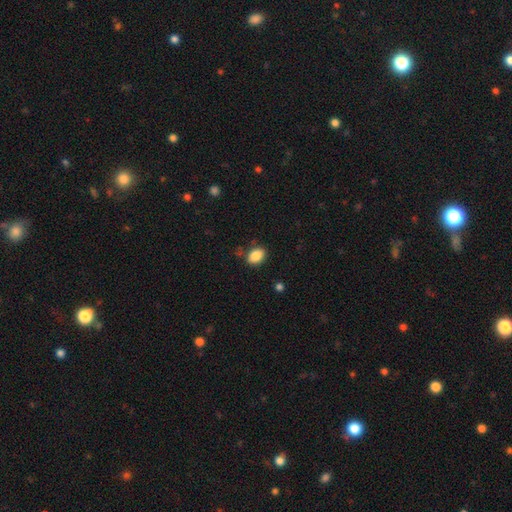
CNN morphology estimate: Smooth or featured? Predicted: smooth (p=0.87). How rounded? Predicted: in between (p=0.77). Merging? Predicted: none (p=0.80).